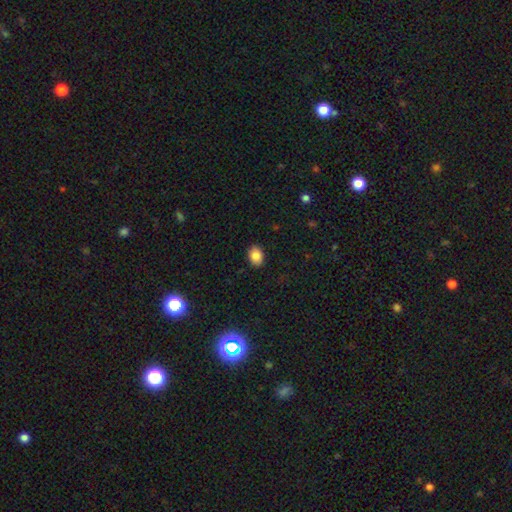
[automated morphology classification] This is clearly a smooth galaxy (86%). How rounded: likely in between (76%). Merging: clearly none (89%).